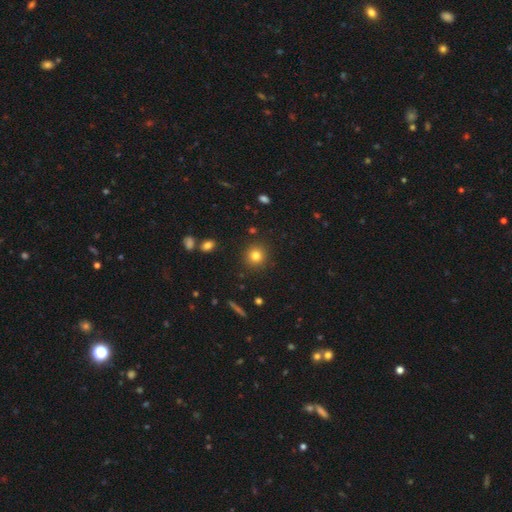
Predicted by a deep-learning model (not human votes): smooth_or_featured: smooth (p=0.80) [alt: star or artifact p=0.12]
how_rounded: round (p=0.92) [alt: in between p=0.07]
merging: none (p=0.90) [alt: minor disturbance p=0.06]